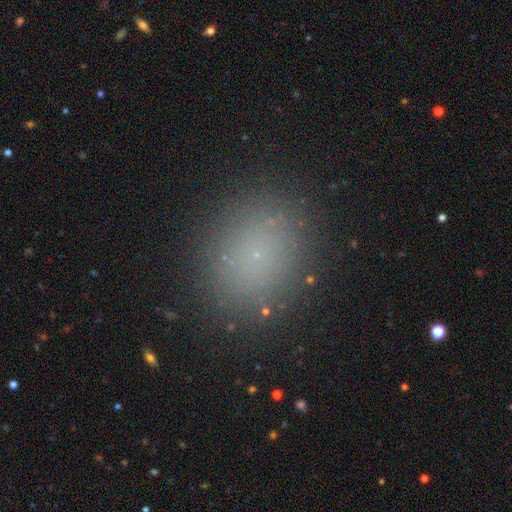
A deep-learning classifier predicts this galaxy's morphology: type=smooth (72%); roundness=round (57%); merging=none (88%).